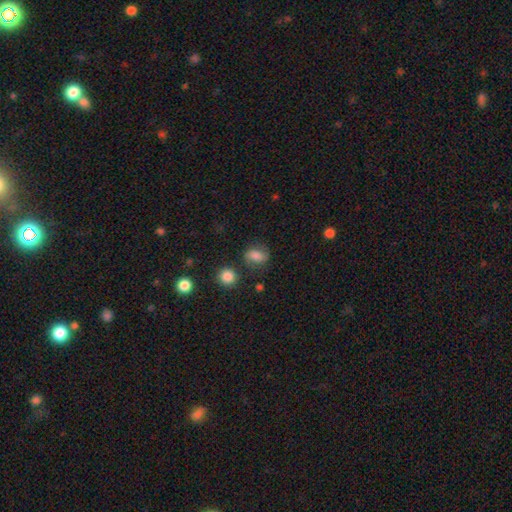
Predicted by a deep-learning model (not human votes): This is likely a smooth galaxy (72%). How rounded: likely in between (64%). Merging: likely none (70%).